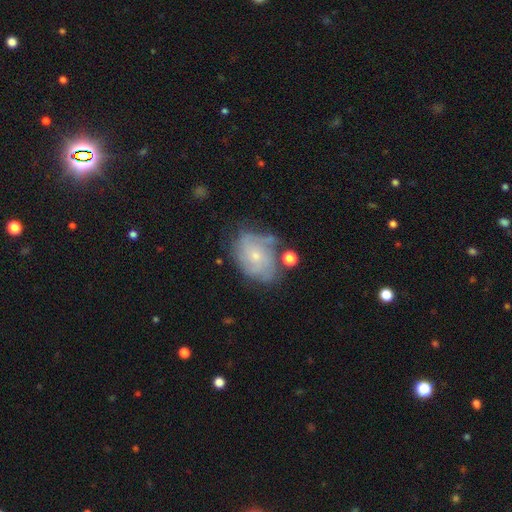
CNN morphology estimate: This appears to be a featured or disk galaxy (66%) with no bar (76%), tight (51%) spiral arms (81%) and a small central bulge (70%). Merging: none (52%).